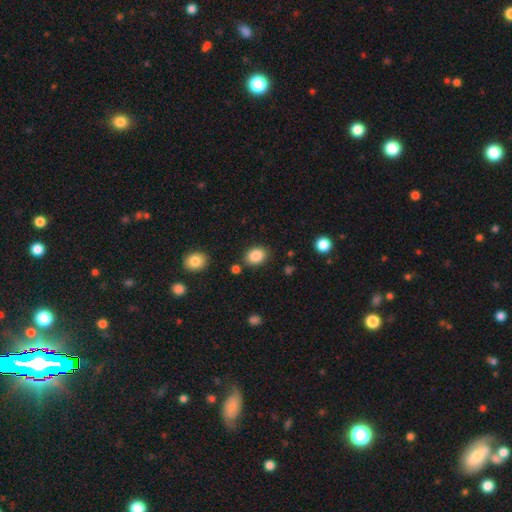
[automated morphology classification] Smooth or featured? Predicted: smooth (p=0.87). How rounded? Predicted: in between (p=0.63). Merging? Predicted: none (p=0.82).